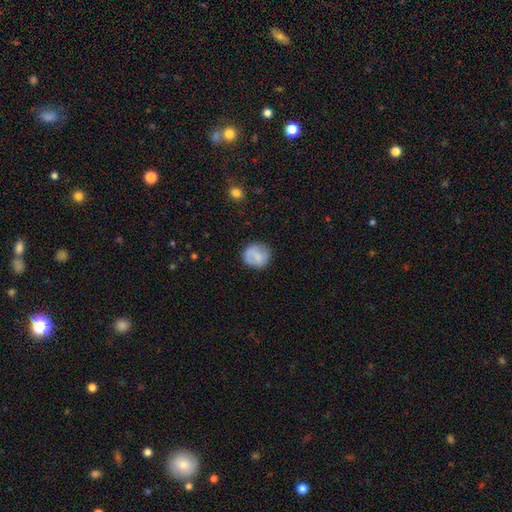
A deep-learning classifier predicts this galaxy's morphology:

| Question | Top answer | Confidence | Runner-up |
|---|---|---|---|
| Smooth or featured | smooth | 73% | featured or disk (19%) |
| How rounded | round | 85% | in between (14%) |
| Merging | none | 77% | minor disturbance (16%) |